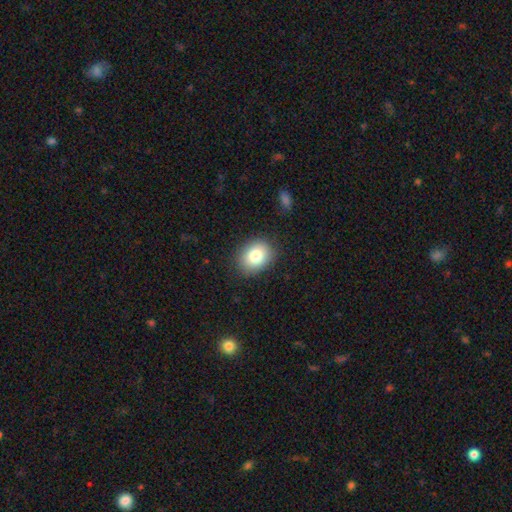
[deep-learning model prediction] smooth_or_featured: smooth (p=0.81) [alt: featured or disk p=0.10]
how_rounded: in between (p=0.55) [alt: round p=0.44]
merging: none (p=0.86) [alt: minor disturbance p=0.10]